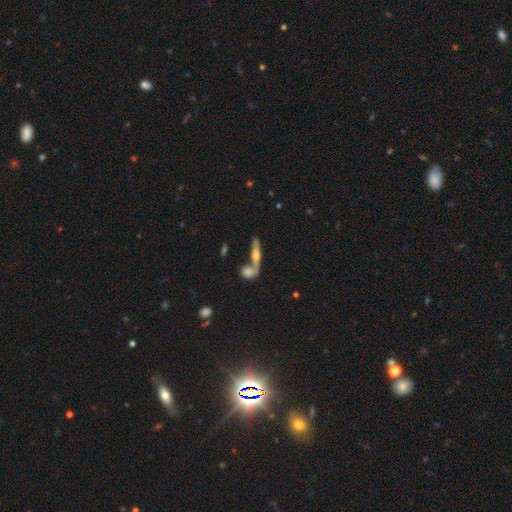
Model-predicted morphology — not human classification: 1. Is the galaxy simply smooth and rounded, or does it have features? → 60% featured or disk, 31% smooth, 10% star or artifact.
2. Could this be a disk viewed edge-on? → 90% yes, 10% no.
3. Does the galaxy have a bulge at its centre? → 91% rounded, 4% none, 4% boxy.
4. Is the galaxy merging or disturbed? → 52% none, 35% merger, 9% minor disturbance, 4% major disturbance.